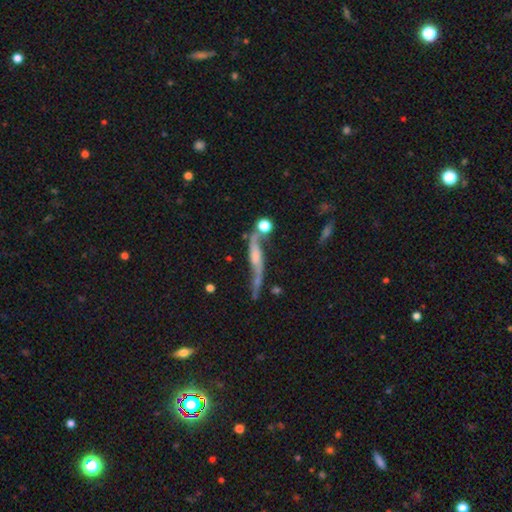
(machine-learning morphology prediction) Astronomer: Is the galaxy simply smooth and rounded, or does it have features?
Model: featured or disk — 73%.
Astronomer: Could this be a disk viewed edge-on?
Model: no — 57% (runner-up: yes, 43%).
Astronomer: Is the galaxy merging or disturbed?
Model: none — 46%.